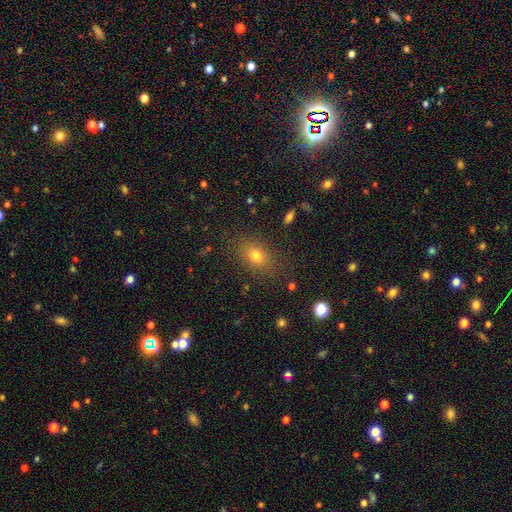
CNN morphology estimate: The model was most divided on "how rounded": in between: 72%, round: 25%, cigar-shaped: 3%. More confident: merging — none (83%); smooth or featured — smooth (73%).